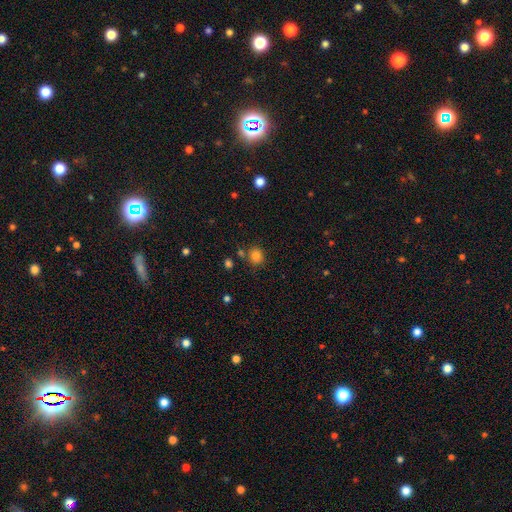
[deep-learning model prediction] A smooth galaxy with no disk features (83%) that is round (78%).

Vote fractions:
- Smooth or featured? smooth: 83% / star or artifact: 13% / featured or disk: 5%
- How rounded? round: 78% / in between: 21% / cigar-shaped: 1%
- Merging? none: 77% / minor disturbance: 11% / merger: 8% / major disturbance: 4%